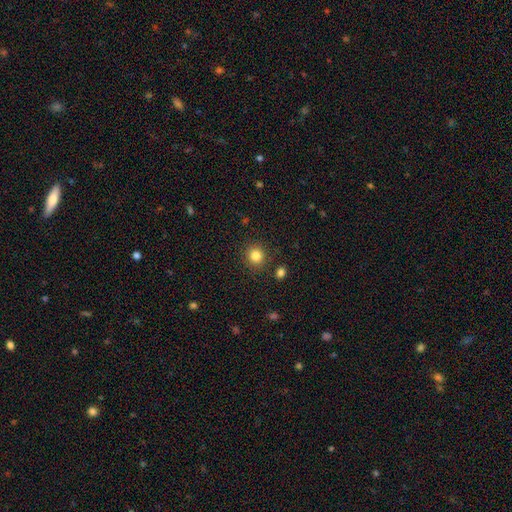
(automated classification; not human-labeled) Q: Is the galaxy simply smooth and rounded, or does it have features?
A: smooth — 84%.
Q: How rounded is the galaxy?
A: round — 90%.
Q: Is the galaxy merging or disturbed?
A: none — 88%.